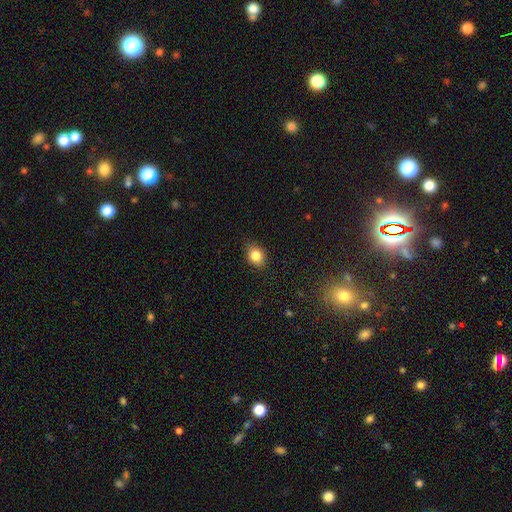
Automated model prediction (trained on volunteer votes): Q: Smooth or featured?
A: smooth (83%); runner-up: star or artifact (10%)
Q: How rounded?
A: in between (50%); runner-up: round (48%)
Q: Merging?
A: none (85%); runner-up: minor disturbance (12%)